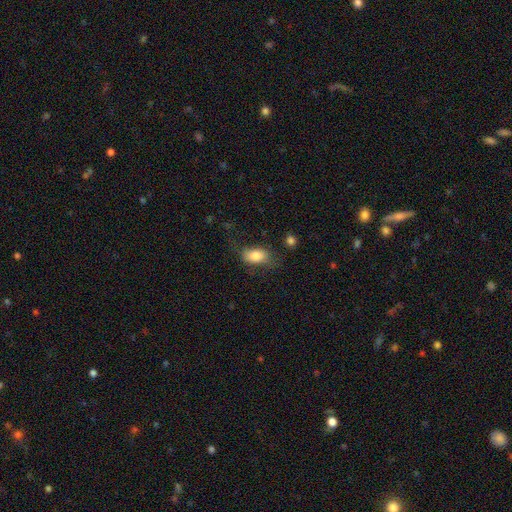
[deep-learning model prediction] Smooth or featured? smooth (81%)
How rounded? in between (88%)
Merging? none (60%)